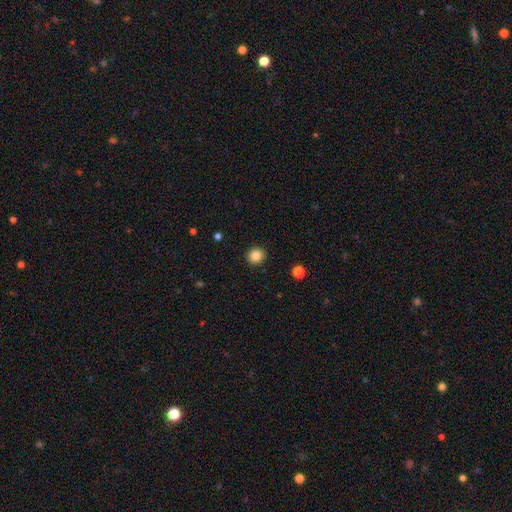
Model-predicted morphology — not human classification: smooth_or_featured: smooth (p=0.84) [alt: star or artifact p=0.11]
how_rounded: round (p=0.91) [alt: in between p=0.08]
merging: none (p=0.93) [alt: minor disturbance p=0.05]